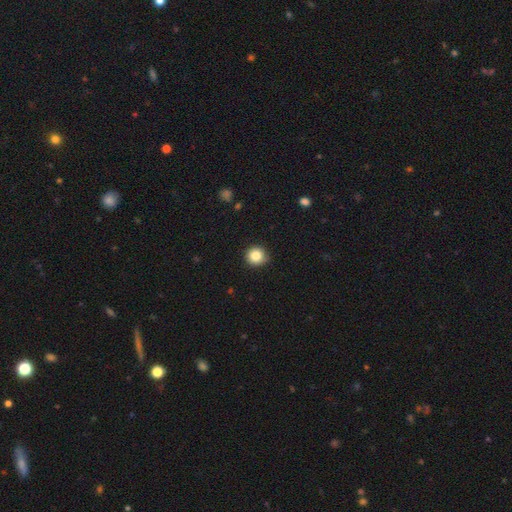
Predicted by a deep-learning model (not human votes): A smooth galaxy with no disk features (84%) that is round (93%).

Vote fractions:
- Smooth or featured? smooth: 84% / star or artifact: 10% / featured or disk: 6%
- How rounded? round: 93% / in between: 6% / cigar-shaped: 1%
- Merging? none: 87% / minor disturbance: 10% / major disturbance: 2% / merger: 1%